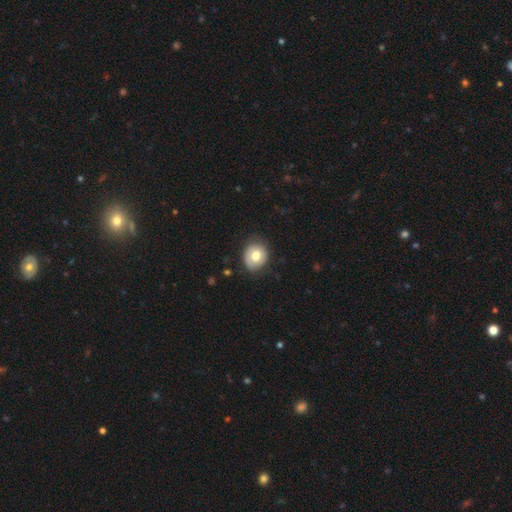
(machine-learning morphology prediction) A smooth galaxy with no disk features (69%) that is round (71%). Merging: none (76%).